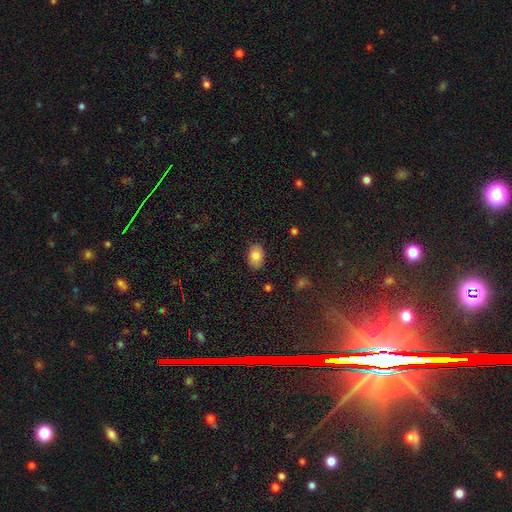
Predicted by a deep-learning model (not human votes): Q: Smooth or featured?
A: smooth (84%); runner-up: featured or disk (8%)
Q: How rounded?
A: in between (84%); runner-up: round (15%)
Q: Merging?
A: none (87%); runner-up: minor disturbance (10%)